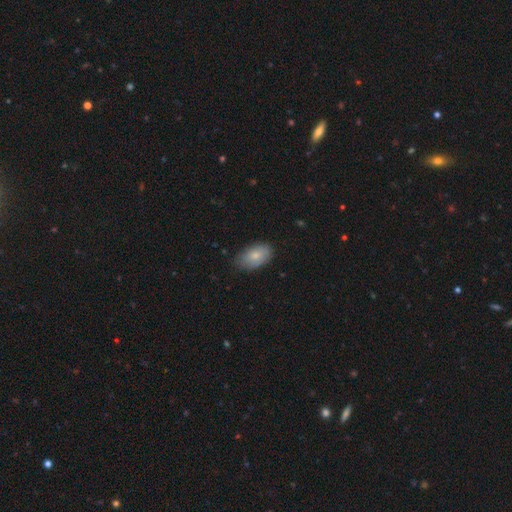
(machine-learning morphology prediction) Q: Smooth or featured?
A: smooth (79%); runner-up: featured or disk (15%)
Q: How rounded?
A: in between (93%); runner-up: round (5%)
Q: Merging?
A: none (71%); runner-up: minor disturbance (24%)